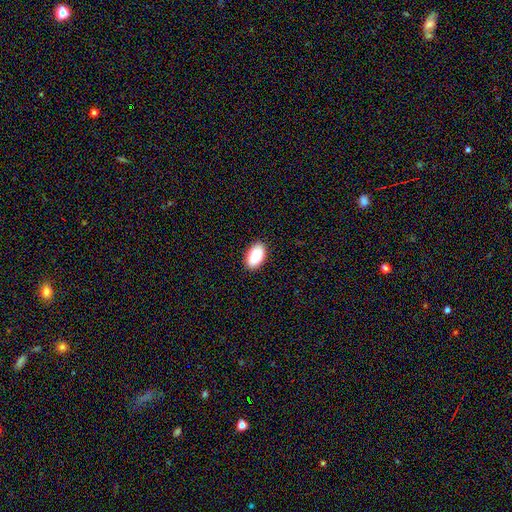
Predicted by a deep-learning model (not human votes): Morphology: type=smooth (83%); roundness=in between (93%); merging=none (90%).